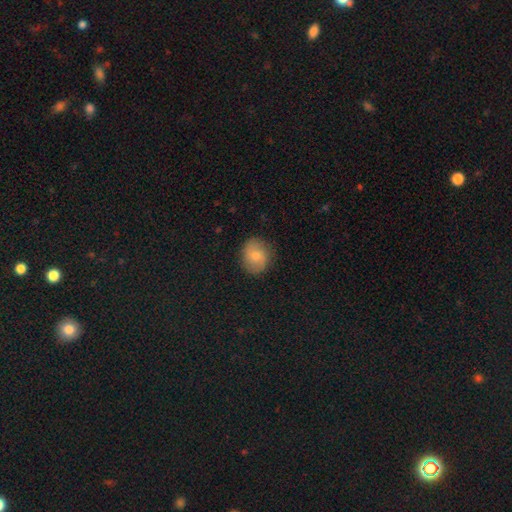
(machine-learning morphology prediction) Overall: smooth (66%; featured or disk 26%). How rounded: round (66%; in between 33%). Merging: none (83%).